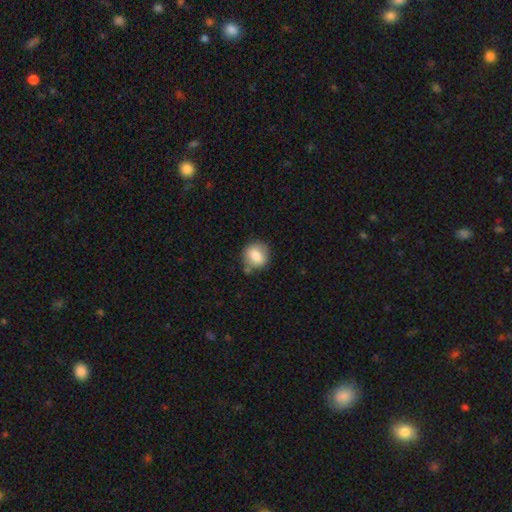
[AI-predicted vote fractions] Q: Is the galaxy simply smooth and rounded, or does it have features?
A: smooth — 78%.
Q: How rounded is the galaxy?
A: round — 84%.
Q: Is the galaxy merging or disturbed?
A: none — 77%.